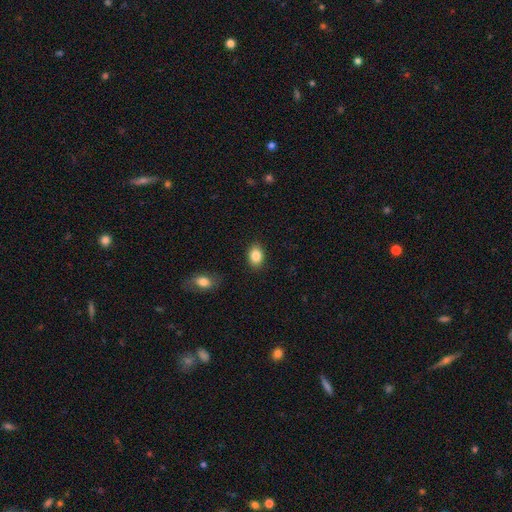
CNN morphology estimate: The model was most divided on "how rounded": in between: 77%, round: 22%, cigar-shaped: 1%. More confident: merging — none (88%); smooth or featured — smooth (85%).